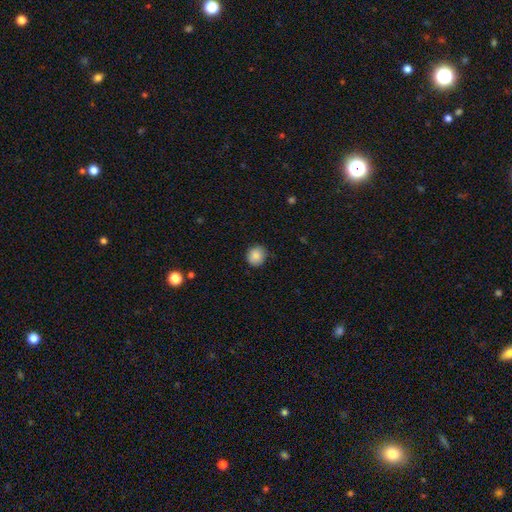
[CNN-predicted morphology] Overall: smooth (87%). How rounded: round (86%). Merging: none (86%).